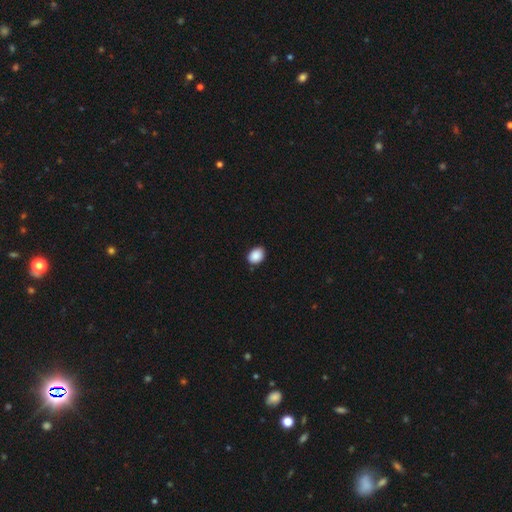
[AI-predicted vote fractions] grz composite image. It shows a smooth galaxy with no disk features (89%) that is in between round and cigar-shaped (71%). Merging: none (84%).